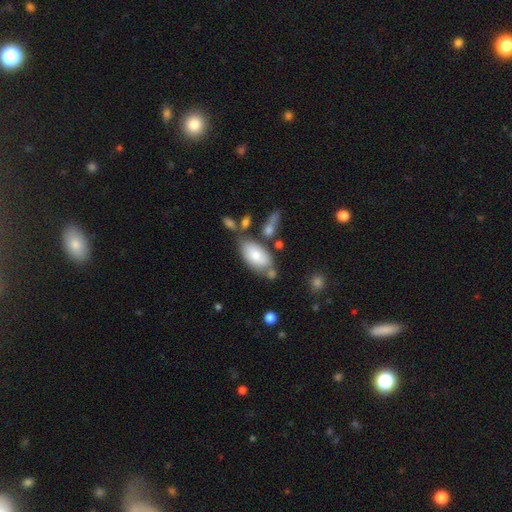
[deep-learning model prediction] Overall: smooth (72%). How rounded: in between (93%). Merging: none (55%; minor disturbance 20%).